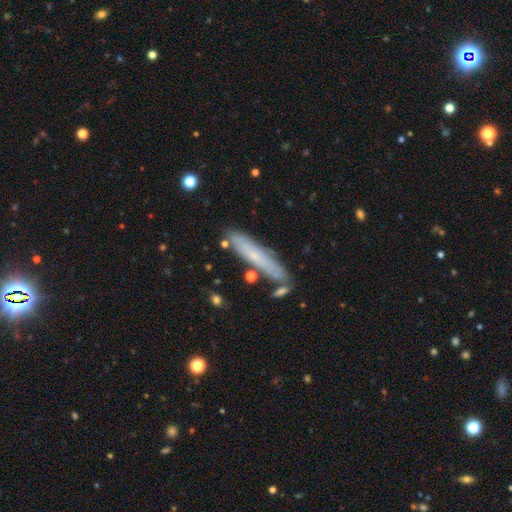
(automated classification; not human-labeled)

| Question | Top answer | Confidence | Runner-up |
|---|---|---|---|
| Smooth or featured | smooth | 55% | featured or disk (37%) |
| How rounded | cigar-shaped | 89% | in between (10%) |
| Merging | none | 77% | minor disturbance (14%) |